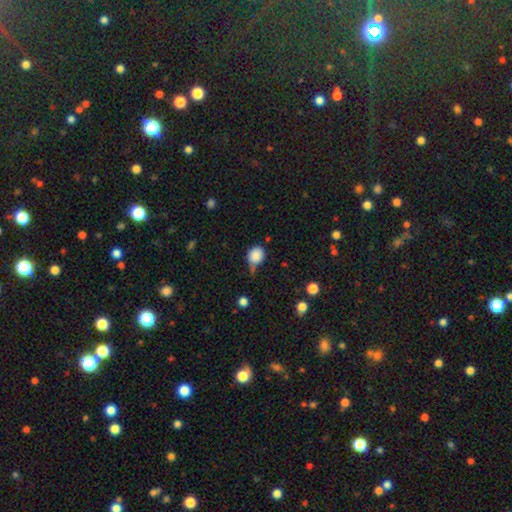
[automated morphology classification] A smooth galaxy with no disk features (85%) that is round (78%).

Vote fractions:
- Smooth or featured? smooth: 85% / star or artifact: 9% / featured or disk: 6%
- How rounded? round: 78% / in between: 20% / cigar-shaped: 1%
- Merging? none: 46% / minor disturbance: 33% / major disturbance: 11% / merger: 10%